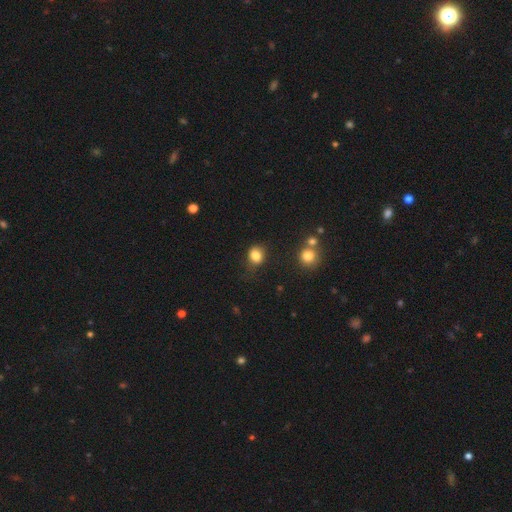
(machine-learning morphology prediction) Q: Smooth or featured?
A: smooth (82%); runner-up: star or artifact (11%)
Q: How rounded?
A: round (59%); runner-up: in between (39%)
Q: Merging?
A: none (65%); runner-up: minor disturbance (24%)